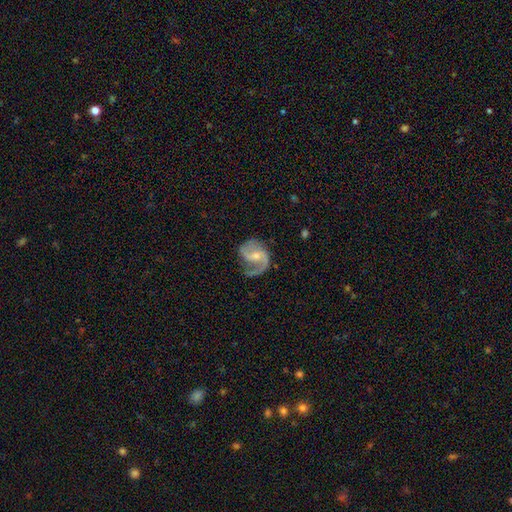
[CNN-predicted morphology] The model was most divided on "spiral winding": medium: 50%, loose: 36%, tight: 14%. Remaining: edge-on disk — no (98%); spiral arms — yes (97%); smooth or featured — featured or disk (88%); spiral arm count — 2 (77%); merging — none (60%); bulge size — small (55%); bar — weak (49%).